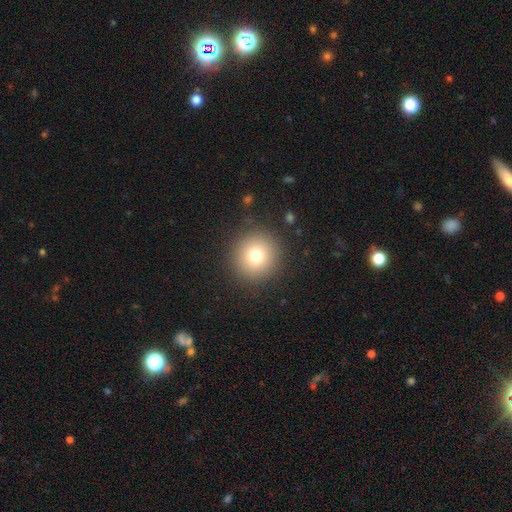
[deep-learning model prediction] smooth_or_featured: smooth (p=0.77) [alt: star or artifact p=0.13]
how_rounded: round (p=0.95) [alt: in between p=0.04]
merging: none (p=0.89) [alt: minor disturbance p=0.06]